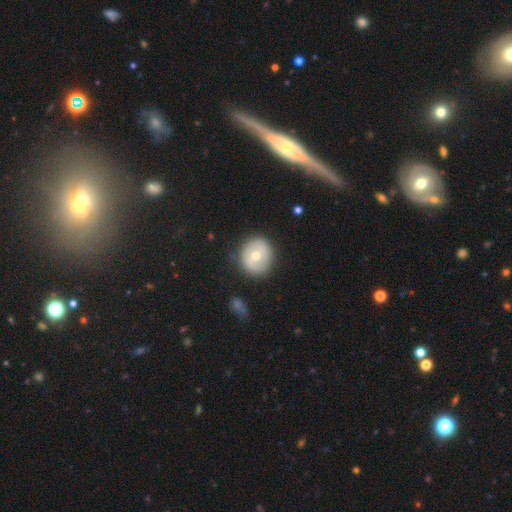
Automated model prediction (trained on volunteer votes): smooth 52%, featured or disk 42%, star or artifact 6%. Down the decision tree: how rounded — round (84%); merging — none (83%).